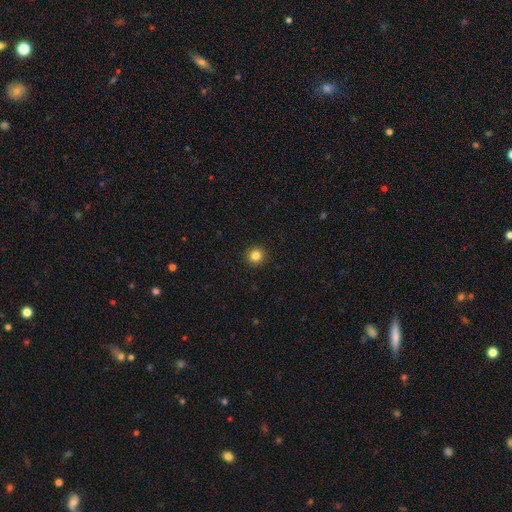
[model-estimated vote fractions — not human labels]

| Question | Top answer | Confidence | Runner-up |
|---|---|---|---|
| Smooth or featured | smooth | 83% | star or artifact (12%) |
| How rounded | round | 96% | in between (3%) |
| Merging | none | 93% | minor disturbance (4%) |